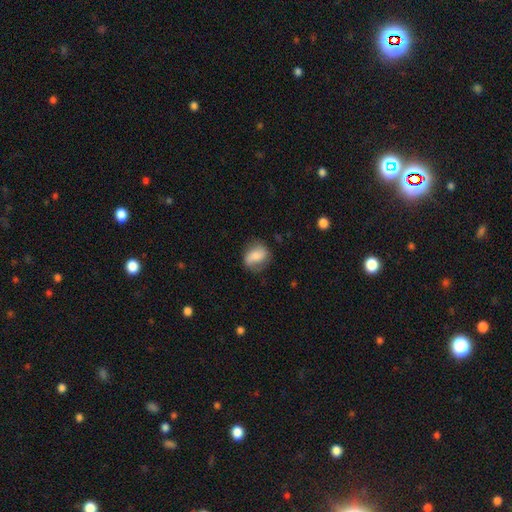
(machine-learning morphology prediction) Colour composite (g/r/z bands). It shows a smooth galaxy with no disk features (66%) that is in between round and cigar-shaped (60%). Merging: none (65%).